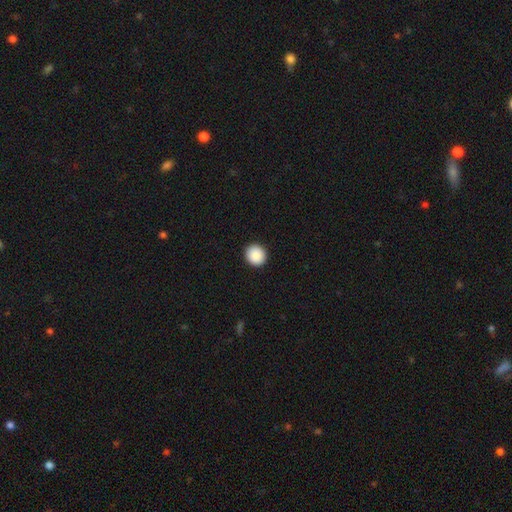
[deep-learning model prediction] Smooth or featured: smooth — 89% (star or artifact — 8%)
How rounded: round — 91% (in between — 8%)
Merging: none — 93% (minor disturbance — 5%)